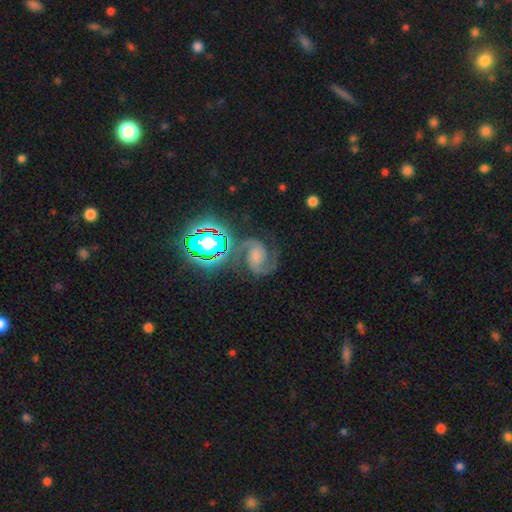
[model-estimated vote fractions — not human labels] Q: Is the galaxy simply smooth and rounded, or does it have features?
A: featured or disk — 81%.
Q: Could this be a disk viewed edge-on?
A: no — 98%.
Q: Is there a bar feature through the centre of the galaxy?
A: no — 46%.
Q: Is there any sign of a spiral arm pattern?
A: yes — 98%.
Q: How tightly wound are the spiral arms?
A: medium — 59%.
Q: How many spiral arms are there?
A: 2 — 91%.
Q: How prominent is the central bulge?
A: small — 44%.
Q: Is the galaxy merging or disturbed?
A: none — 69%.